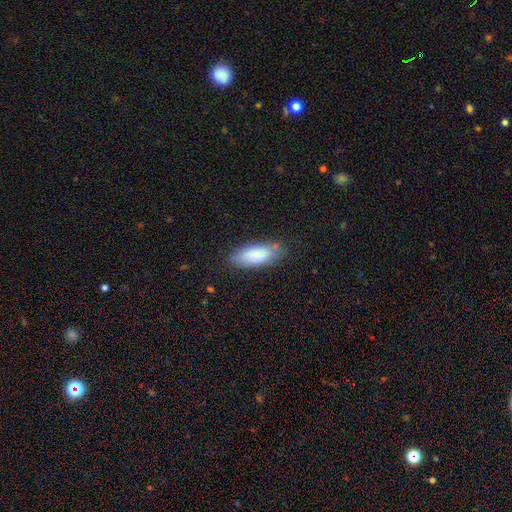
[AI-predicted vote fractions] This is clearly a smooth galaxy (85%). How rounded: likely in between (80%). Merging: likely none (76%).